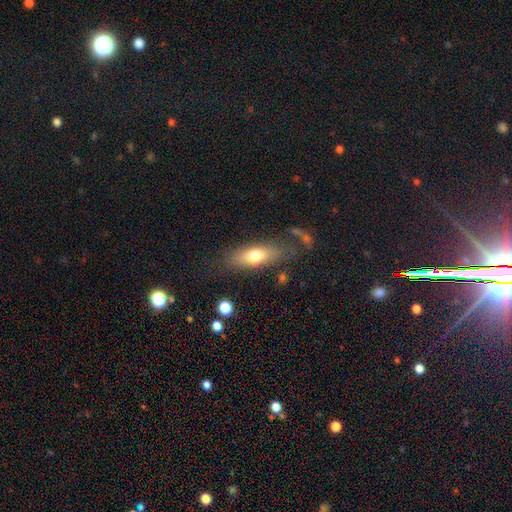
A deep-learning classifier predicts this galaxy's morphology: Smooth or featured: smooth — 67% (featured or disk — 25%)
How rounded: in between — 63% (cigar-shaped — 33%)
Merging: none — 69% (minor disturbance — 18%)